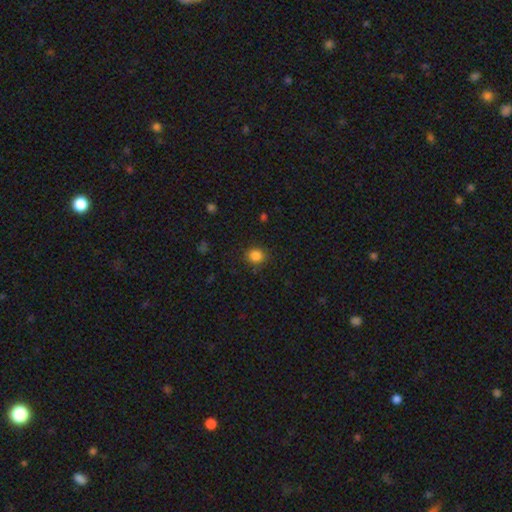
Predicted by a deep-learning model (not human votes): Smooth or featured?
  - smooth: 85% *
  - star or artifact: 11%
  - featured or disk: 4%
How rounded?
  - round: 82% *
  - in between: 17%
  - cigar-shaped: 1%
Merging?
  - none: 86% *
  - minor disturbance: 10%
  - major disturbance: 3%
  - merger: 1%